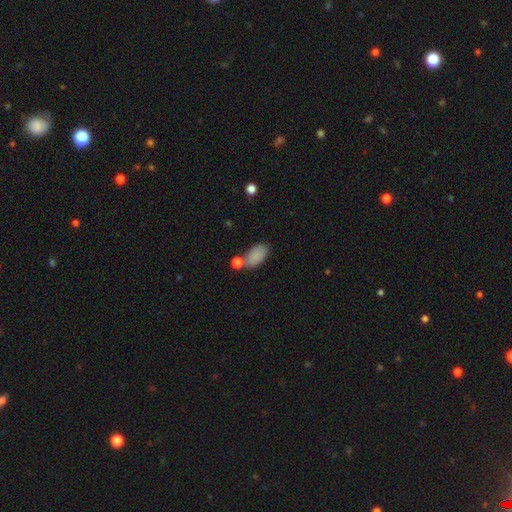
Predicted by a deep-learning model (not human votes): Morphology: type=smooth (86%); roundness=in between (93%); merging=none (63%).